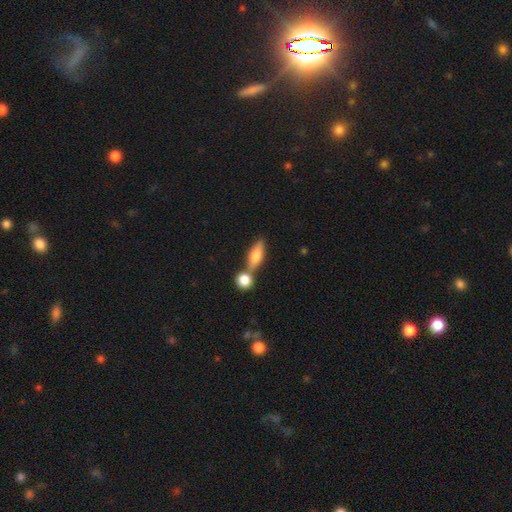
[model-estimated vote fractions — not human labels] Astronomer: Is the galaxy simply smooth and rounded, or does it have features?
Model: smooth — 66%.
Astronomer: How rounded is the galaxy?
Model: in between — 63%.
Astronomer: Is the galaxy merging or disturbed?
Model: none — 56% (runner-up: merger, 31%).